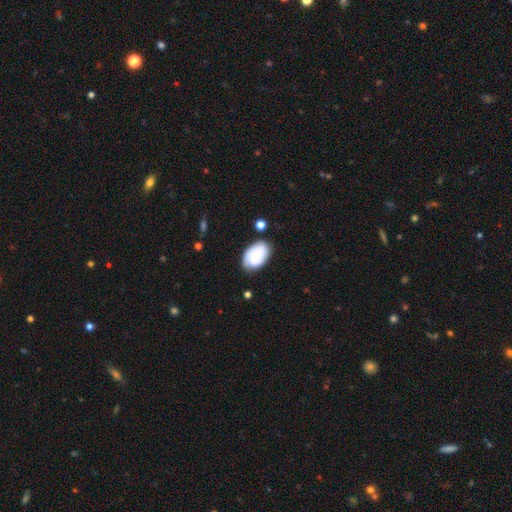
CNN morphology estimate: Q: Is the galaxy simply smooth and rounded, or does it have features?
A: featured or disk — 60%.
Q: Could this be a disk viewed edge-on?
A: no — 96%.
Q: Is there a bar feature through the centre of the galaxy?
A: no — 71%.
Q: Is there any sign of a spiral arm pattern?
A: yes — 86%.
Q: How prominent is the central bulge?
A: small — 47%.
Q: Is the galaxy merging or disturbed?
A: none — 74%.